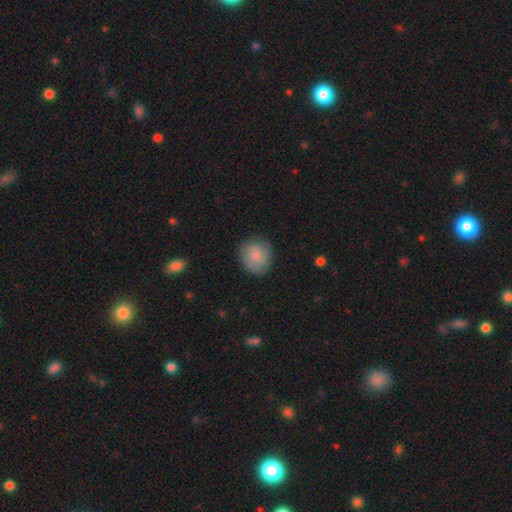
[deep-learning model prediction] smooth 77%, featured or disk 16%, star or artifact 7%. Down the decision tree: how rounded — round (83%); merging — none (82%).